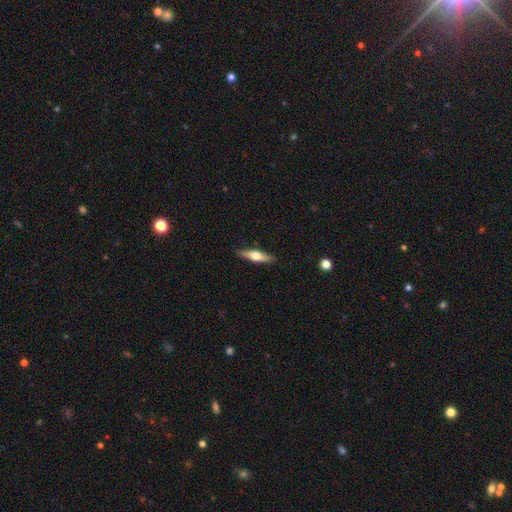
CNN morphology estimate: Q: Smooth or featured?
A: featured or disk (47%); tied with: smooth (47%)
Q: Merging?
A: none (89%); runner-up: minor disturbance (9%)